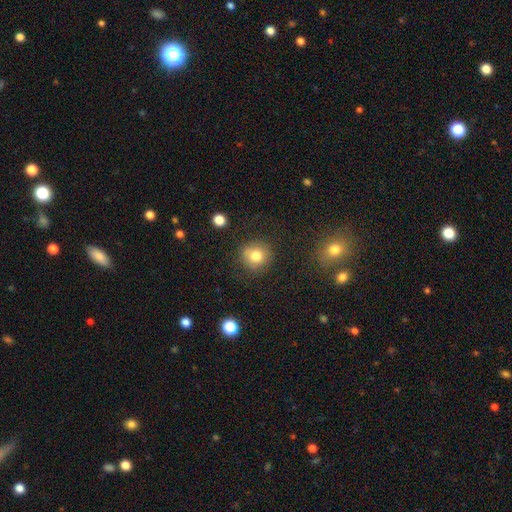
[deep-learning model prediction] Q: Smooth or featured?
A: smooth (79%); runner-up: star or artifact (11%)
Q: How rounded?
A: round (88%); runner-up: in between (11%)
Q: Merging?
A: none (83%); runner-up: minor disturbance (11%)